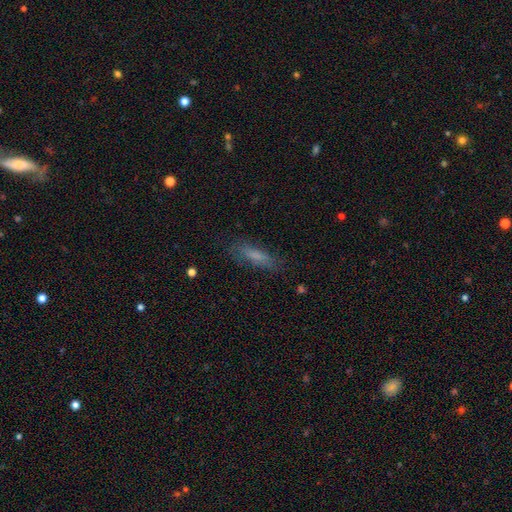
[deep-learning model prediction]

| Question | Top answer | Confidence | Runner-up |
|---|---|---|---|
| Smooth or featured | smooth | 68% | featured or disk (21%) |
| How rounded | cigar-shaped | 67% | in between (31%) |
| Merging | none | 79% | minor disturbance (15%) |